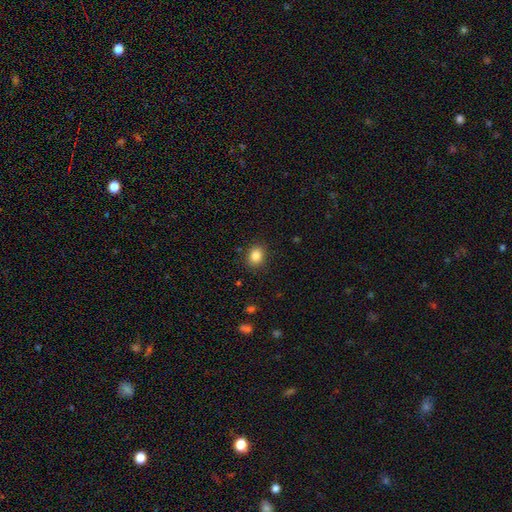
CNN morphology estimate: Q: Smooth or featured?
A: smooth (85%); runner-up: star or artifact (10%)
Q: How rounded?
A: round (55%); runner-up: in between (44%)
Q: Merging?
A: none (88%); runner-up: minor disturbance (9%)